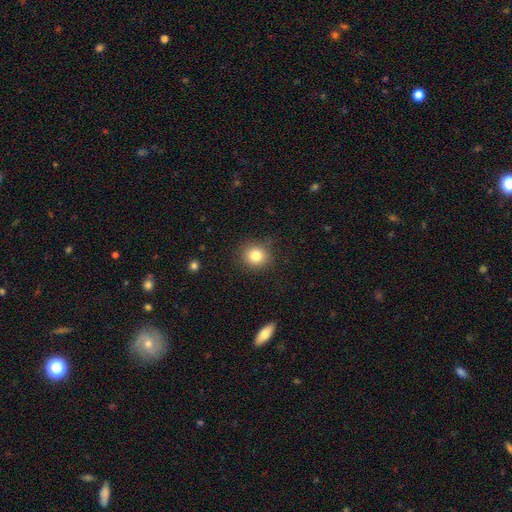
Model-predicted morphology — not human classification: type=smooth (81%); roundness=round (87%); merging=none (85%).